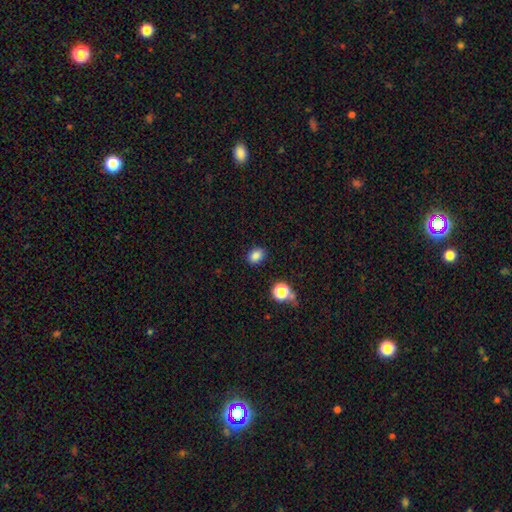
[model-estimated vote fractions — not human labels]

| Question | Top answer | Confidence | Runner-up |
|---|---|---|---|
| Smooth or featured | smooth | 83% | star or artifact (12%) |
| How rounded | in between | 59% | round (40%) |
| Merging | none | 86% | minor disturbance (9%) |